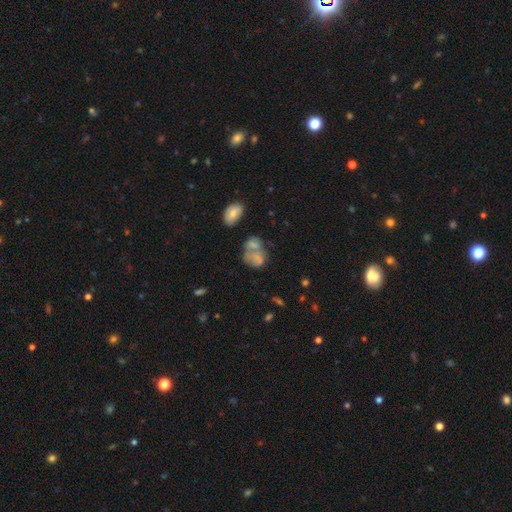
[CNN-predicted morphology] Q: Smooth or featured?
A: smooth (53%); runner-up: featured or disk (33%)
Q: How rounded?
A: in between (60%); runner-up: round (39%)
Q: Merging?
A: merger (47%); runner-up: none (24%)